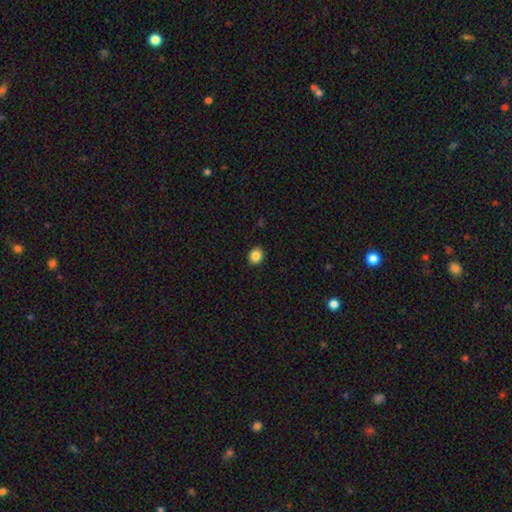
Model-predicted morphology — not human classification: smooth-or-featured: smooth: 86% | star or artifact: 10% | featured or disk: 4%
  how-rounded: round: 61% | in between: 38% | cigar-shaped: 1%
  merging: none: 91% | minor disturbance: 6% | major disturbance: 2% | merger: 1%